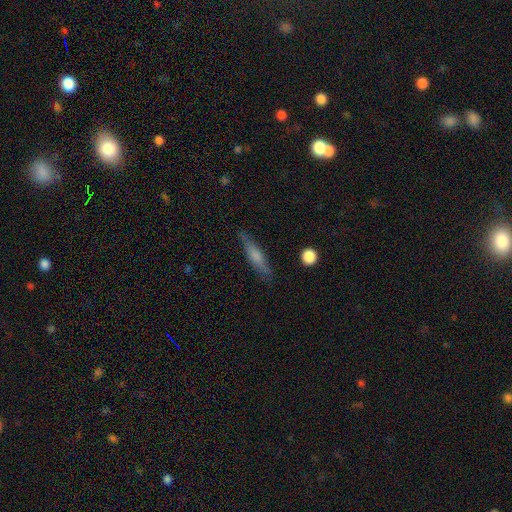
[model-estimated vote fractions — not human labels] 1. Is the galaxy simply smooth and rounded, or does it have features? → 54% smooth, 39% featured or disk, 7% star or artifact.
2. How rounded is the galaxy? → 83% cigar-shaped, 15% in between, 2% round.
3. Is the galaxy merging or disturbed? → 82% none, 13% minor disturbance, 3% major disturbance, 2% merger.